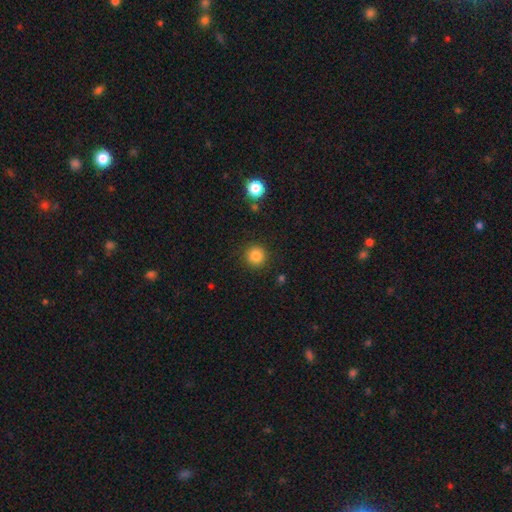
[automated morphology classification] The model was most divided on "smooth or featured": smooth: 84%, star or artifact: 11%, featured or disk: 4%. More confident: how rounded — round (94%); merging — none (90%).